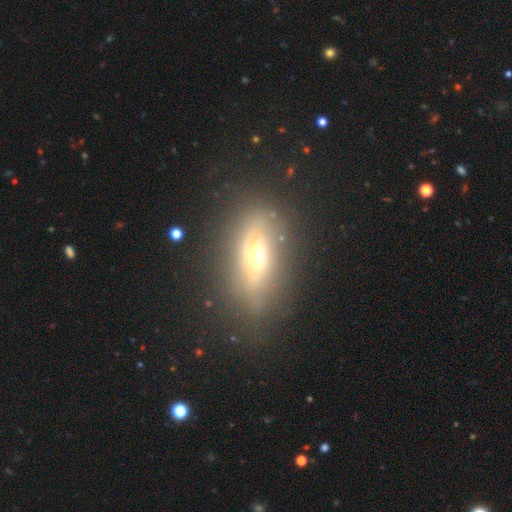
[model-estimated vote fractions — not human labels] Smooth or featured? Predicted: featured or disk (p=0.52). Edge-on disk? Predicted: yes (p=0.54). Merging? Predicted: none (p=0.76).